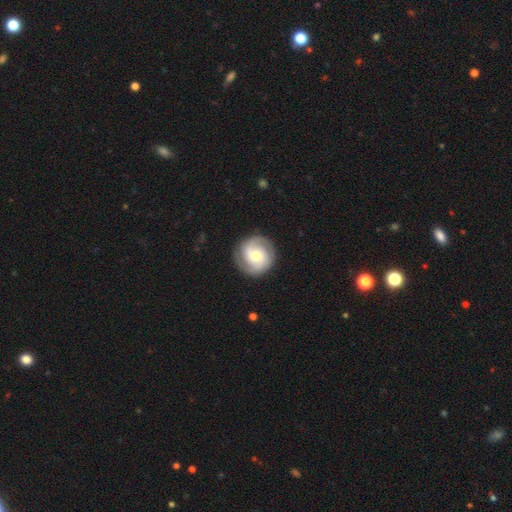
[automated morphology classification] The model was most divided on "spiral winding": tight: 54%, medium: 35%, loose: 11%. More confident: edge-on disk — no (98%); spiral arms — yes (92%); merging — none (85%); smooth or featured — featured or disk (73%); spiral arm count — 2 (70%); bulge size — moderate (65%); bar — no (61%).